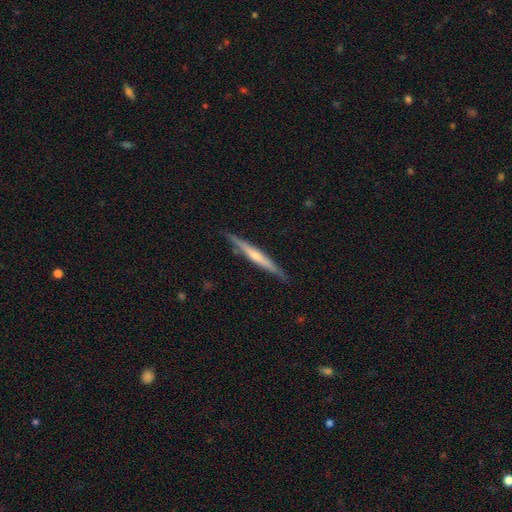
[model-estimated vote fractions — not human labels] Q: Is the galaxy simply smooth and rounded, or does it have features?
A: featured or disk — 62%.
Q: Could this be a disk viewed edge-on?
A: yes — 97%.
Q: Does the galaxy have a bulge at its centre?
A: rounded — 52%.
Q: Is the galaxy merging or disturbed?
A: none — 87%.